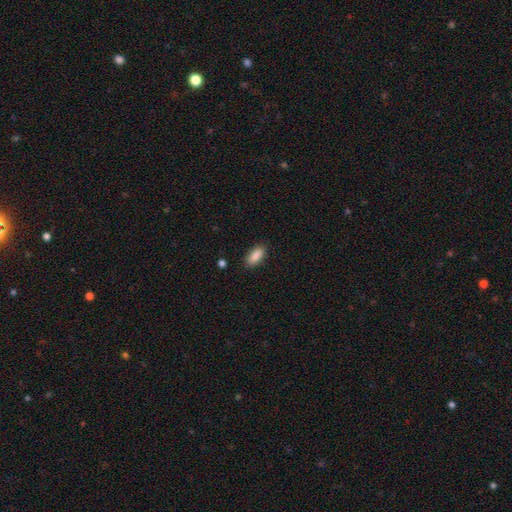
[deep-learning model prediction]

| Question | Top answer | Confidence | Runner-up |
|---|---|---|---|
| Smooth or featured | smooth | 89% | star or artifact (7%) |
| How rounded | in between | 86% | cigar-shaped (12%) |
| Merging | none | 86% | minor disturbance (10%) |